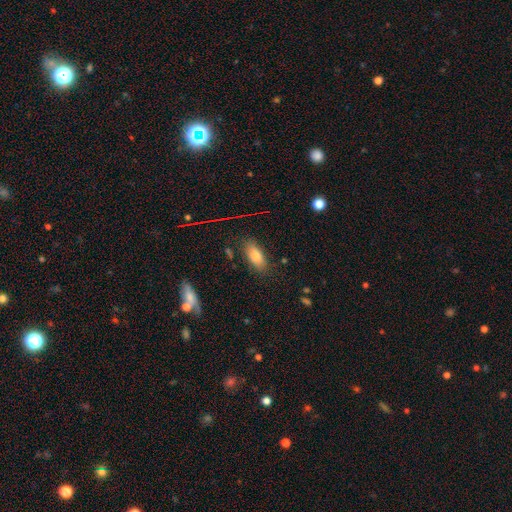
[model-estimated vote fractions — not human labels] The model was most divided on "merging": none: 80%, minor disturbance: 14%, major disturbance: 3%, merger: 3%. More confident: how rounded — in between (85%); smooth or featured — smooth (79%).